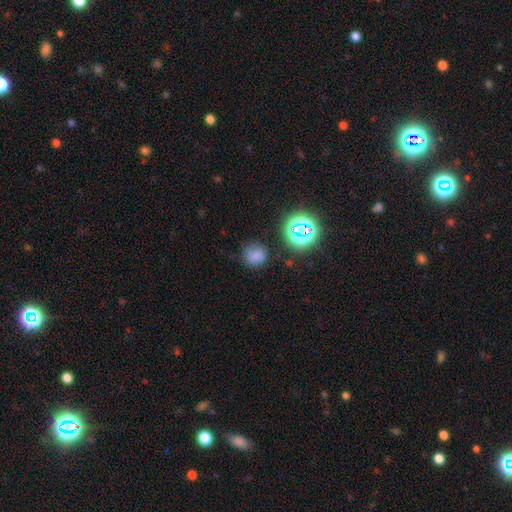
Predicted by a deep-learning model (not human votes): A smooth galaxy with no disk features (68%) that is round (79%). Merging: none (73%).